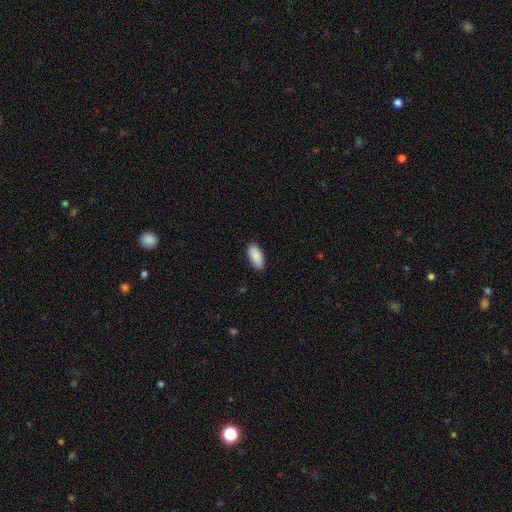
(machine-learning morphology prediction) A smooth galaxy with no disk features (90%) that is in between round and cigar-shaped (92%).

Vote fractions:
- Smooth or featured? smooth: 90% / star or artifact: 6% / featured or disk: 4%
- How rounded? in between: 92% / cigar-shaped: 6% / round: 2%
- Merging? none: 87% / minor disturbance: 10% / major disturbance: 2% / merger: 1%